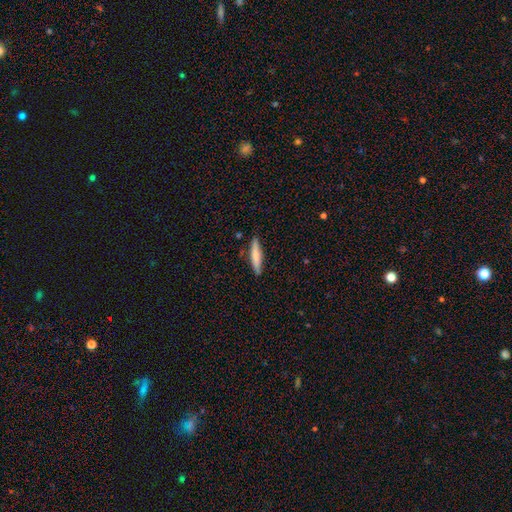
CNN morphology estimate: A smooth galaxy with no disk features (69%) that is cigar-shaped (86%).

Vote fractions:
- Smooth or featured? smooth: 69% / featured or disk: 25% / star or artifact: 6%
- How rounded? cigar-shaped: 86% / in between: 12% / round: 1%
- Merging? none: 87% / minor disturbance: 10% / merger: 2% / major disturbance: 2%